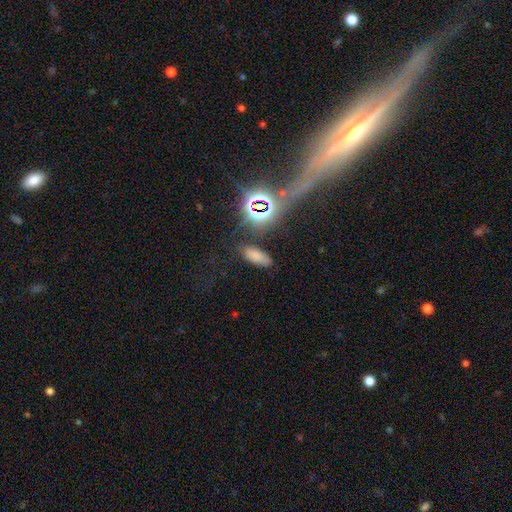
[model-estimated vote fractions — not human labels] smooth-or-featured: smooth: 67% | star or artifact: 25% | featured or disk: 9%
  how-rounded: in between: 79% | cigar-shaped: 17% | round: 4%
  merging: none: 77% | minor disturbance: 14% | major disturbance: 6% | merger: 4%